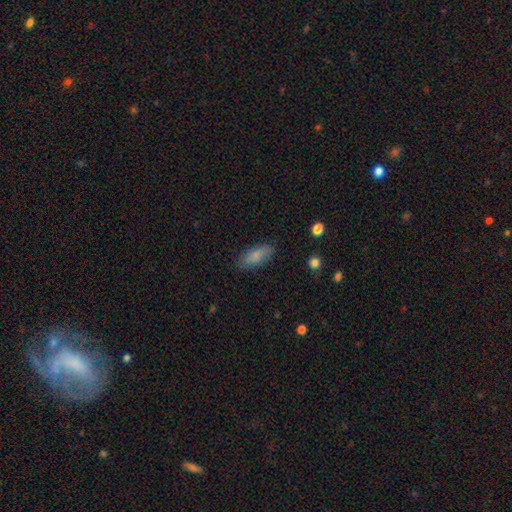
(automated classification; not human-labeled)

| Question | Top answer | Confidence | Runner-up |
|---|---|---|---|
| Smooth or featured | smooth | 82% | featured or disk (11%) |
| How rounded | in between | 76% | cigar-shaped (22%) |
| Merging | none | 84% | minor disturbance (12%) |